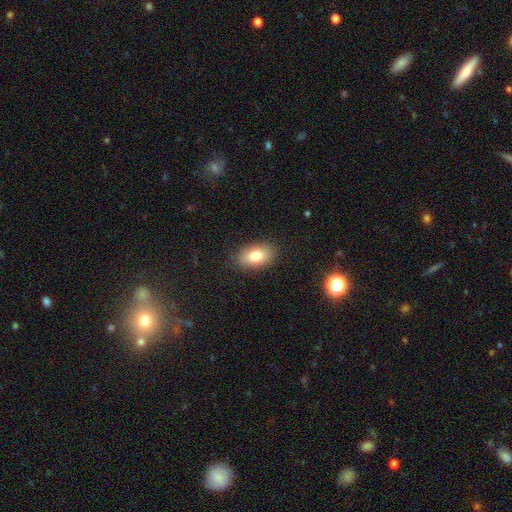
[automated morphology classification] A smooth galaxy with no disk features (82%) that is in between round and cigar-shaped (91%). Merging: none (86%).